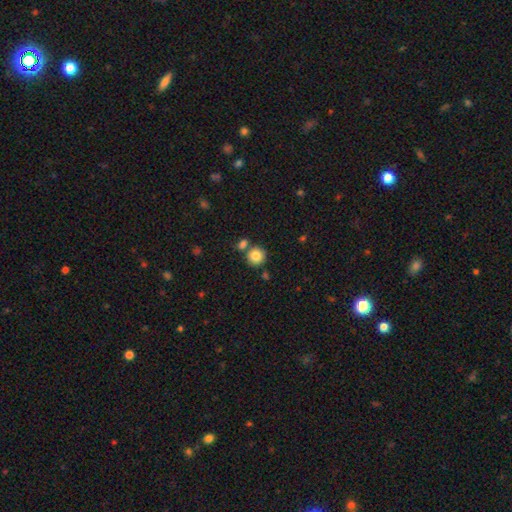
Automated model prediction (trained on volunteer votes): Smooth or featured? smooth (84%)
How rounded? round (92%)
Merging? none (72%)